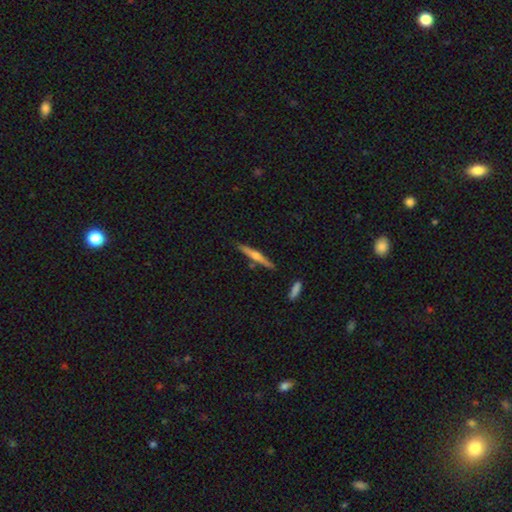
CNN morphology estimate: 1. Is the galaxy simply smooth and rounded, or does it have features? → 64% featured or disk, 30% smooth, 6% star or artifact.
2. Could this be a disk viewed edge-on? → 98% yes, 2% no.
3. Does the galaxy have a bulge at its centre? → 85% rounded, 10% none, 5% boxy.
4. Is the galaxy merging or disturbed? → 86% none, 9% minor disturbance, 3% merger, 2% major disturbance.